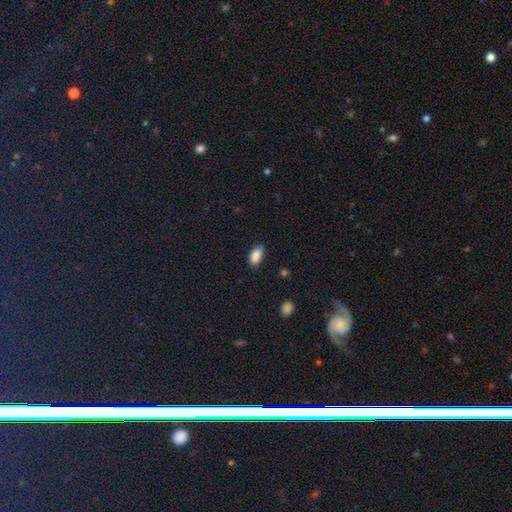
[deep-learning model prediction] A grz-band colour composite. It shows a smooth galaxy with no disk features (88%) that is in between round and cigar-shaped (90%). Merging: none (78%).